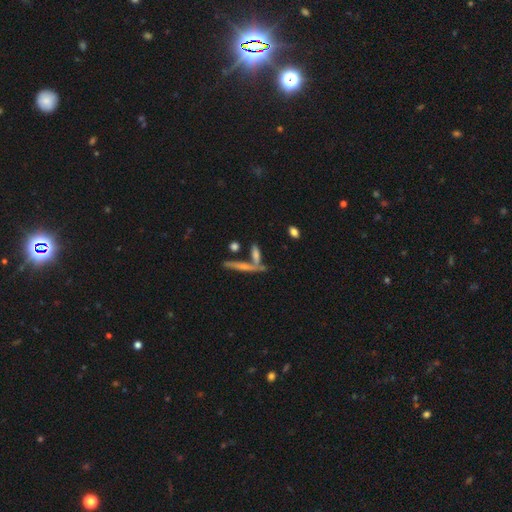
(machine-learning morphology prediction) Q: Smooth or featured?
A: smooth (47%); runner-up: featured or disk (39%)
Q: Merging?
A: none (51%); runner-up: merger (33%)